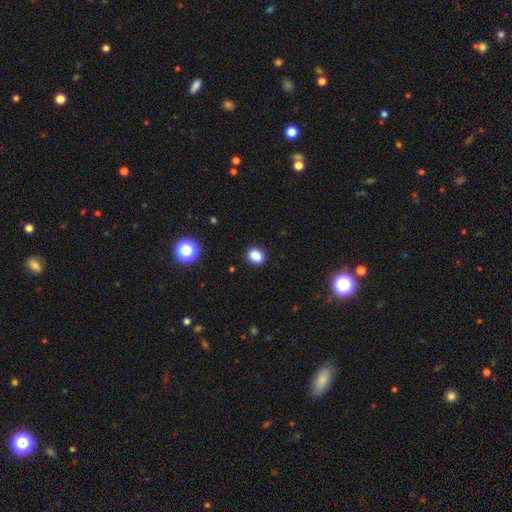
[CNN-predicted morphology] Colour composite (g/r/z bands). It shows a smooth galaxy with no disk features (86%) that is round (53%). Merging: none (89%).